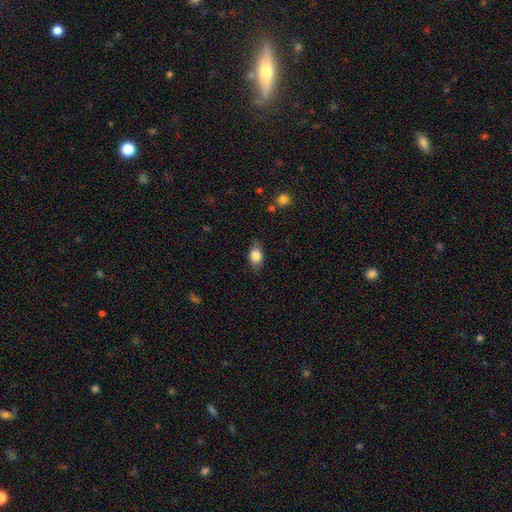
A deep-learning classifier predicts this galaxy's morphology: Smooth or featured? smooth (79%)
How rounded? in between (81%)
Merging? none (79%)